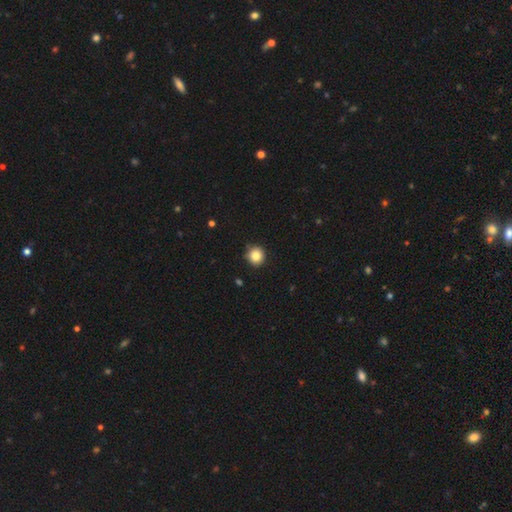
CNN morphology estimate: smooth_or_featured: smooth (p=0.84) [alt: star or artifact p=0.10]
how_rounded: round (p=0.93) [alt: in between p=0.06]
merging: none (p=0.89) [alt: minor disturbance p=0.08]